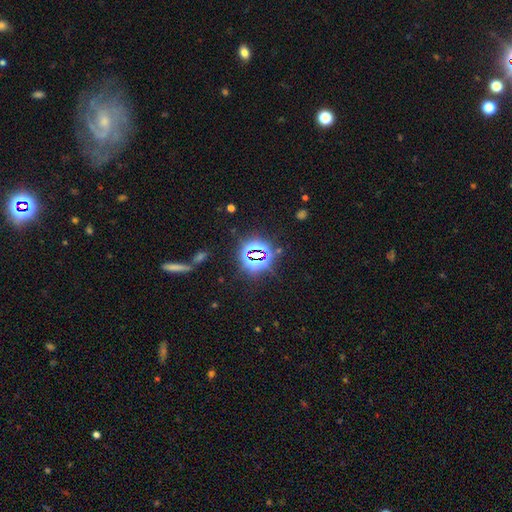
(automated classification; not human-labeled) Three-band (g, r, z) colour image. It shows a star or artifact, not a galaxy (79%).